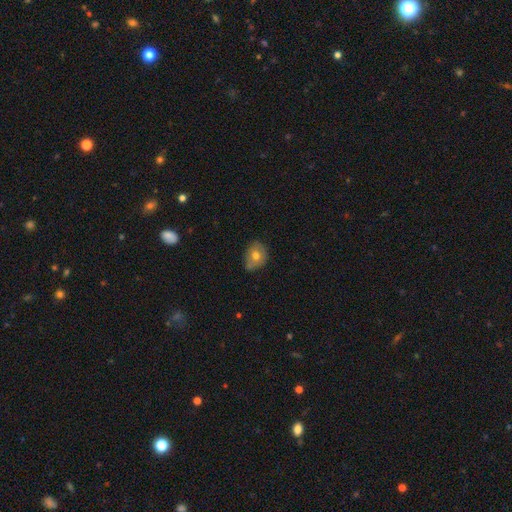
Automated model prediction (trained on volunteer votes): Smooth or featured? Predicted: smooth (p=0.67). How rounded? Predicted: in between (p=0.50). Merging? Predicted: none (p=0.60).